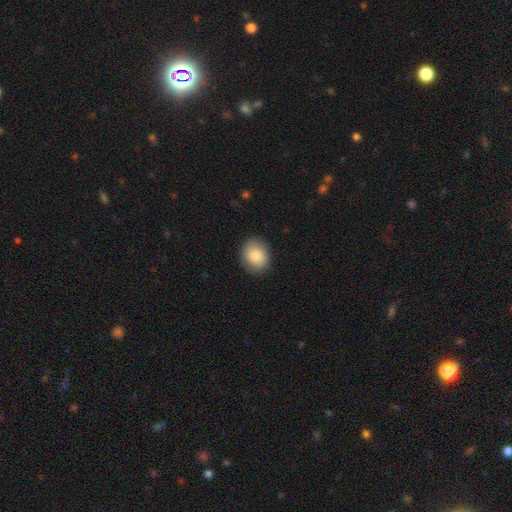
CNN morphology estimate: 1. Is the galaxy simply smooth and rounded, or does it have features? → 86% smooth, 8% featured or disk, 7% star or artifact.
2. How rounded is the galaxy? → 59% round, 40% in between, 1% cigar-shaped.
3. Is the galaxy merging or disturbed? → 85% none, 11% minor disturbance, 3% major disturbance, 1% merger.